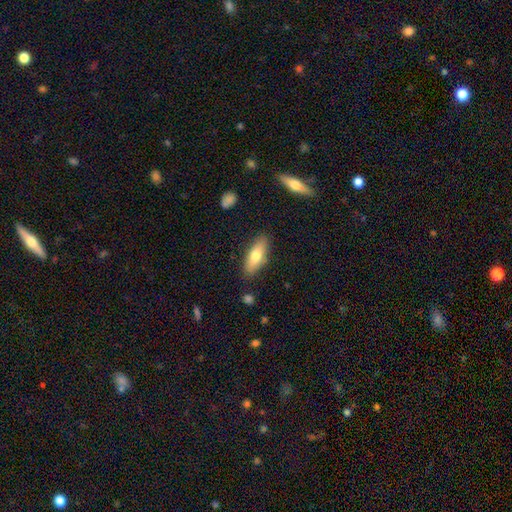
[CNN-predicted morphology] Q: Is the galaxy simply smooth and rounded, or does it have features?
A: smooth — 70%.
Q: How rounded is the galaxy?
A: in between — 68%.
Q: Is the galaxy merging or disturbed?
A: none — 84%.